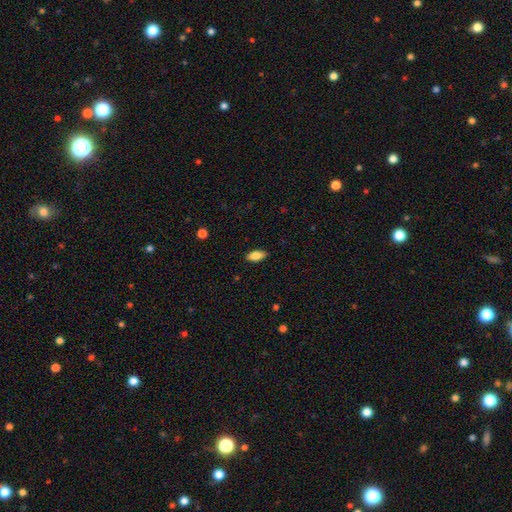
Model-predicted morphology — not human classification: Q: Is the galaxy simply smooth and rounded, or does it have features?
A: smooth — 83%.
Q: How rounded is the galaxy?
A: in between — 90%.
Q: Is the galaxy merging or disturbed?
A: none — 88%.